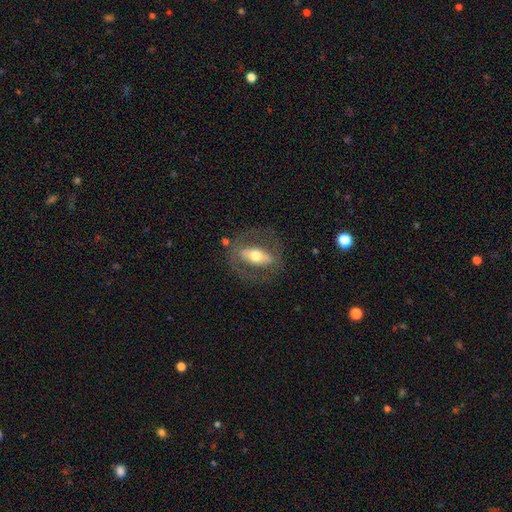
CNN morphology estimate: A featured or disk galaxy (64%).

Vote fractions:
- Smooth or featured? featured or disk: 64% / smooth: 30% / star or artifact: 6%
- Edge-on disk? no: 78% / yes: 22%
- Merging? none: 73% / minor disturbance: 13% / major disturbance: 12% / merger: 2%